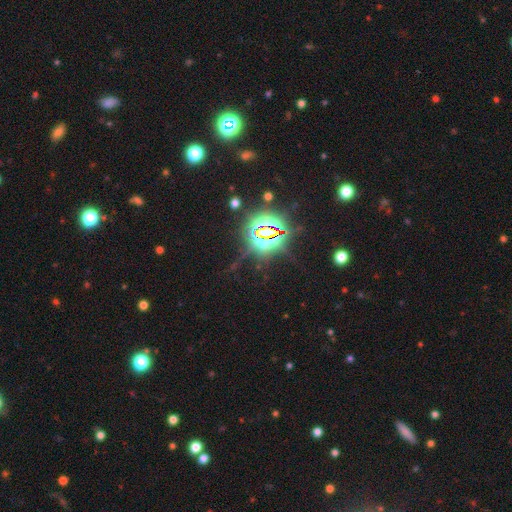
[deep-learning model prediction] Morphology: type=star or artifact (79%).